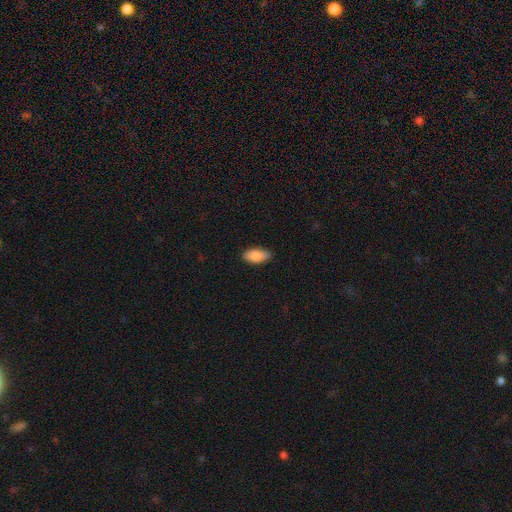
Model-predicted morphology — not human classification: This is clearly a smooth galaxy (87%). How rounded: clearly in between (91%). Merging: clearly none (85%).